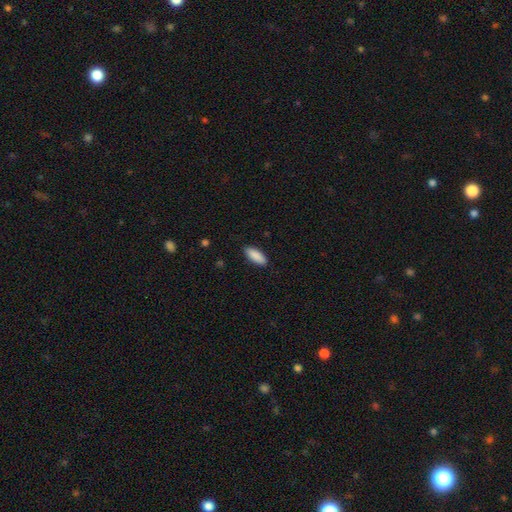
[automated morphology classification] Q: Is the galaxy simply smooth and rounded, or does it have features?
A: smooth — 90%.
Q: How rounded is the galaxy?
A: in between — 72%.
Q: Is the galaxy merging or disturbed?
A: none — 88%.